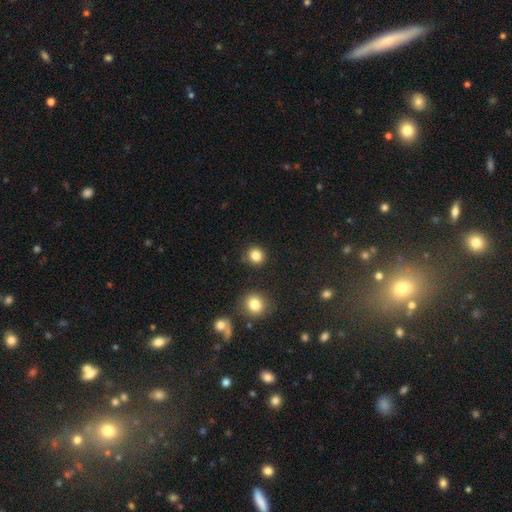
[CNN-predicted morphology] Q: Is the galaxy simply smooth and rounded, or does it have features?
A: smooth — 84%.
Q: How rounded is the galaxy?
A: round — 90%.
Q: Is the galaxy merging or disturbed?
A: none — 88%.